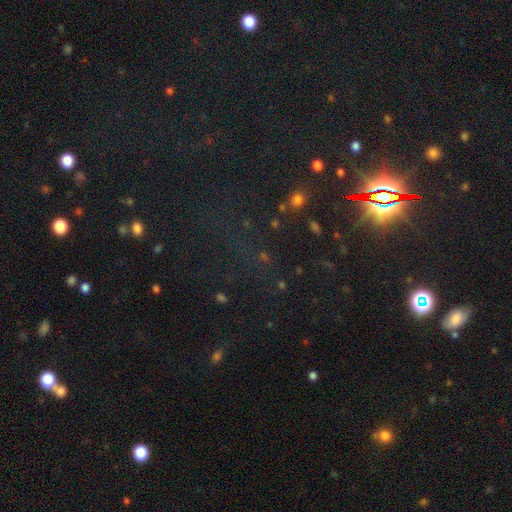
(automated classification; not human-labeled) smooth_or_featured: star or artifact (p=0.77) [alt: smooth p=0.15]